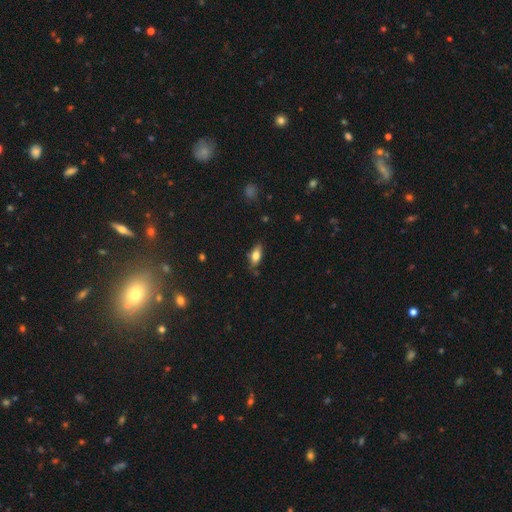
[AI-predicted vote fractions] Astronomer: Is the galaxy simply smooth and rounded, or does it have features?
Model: smooth — 74%.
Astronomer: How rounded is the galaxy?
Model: in between — 82%.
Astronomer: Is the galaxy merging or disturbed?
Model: none — 74%.